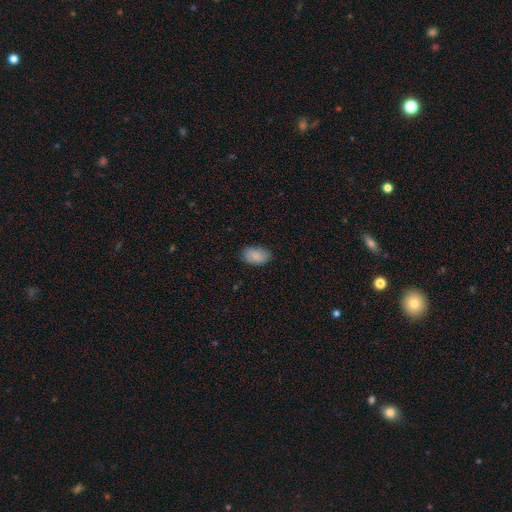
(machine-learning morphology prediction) Q: Smooth or featured?
A: smooth (88%); runner-up: star or artifact (7%)
Q: How rounded?
A: in between (91%); runner-up: round (7%)
Q: Merging?
A: none (81%); runner-up: minor disturbance (15%)